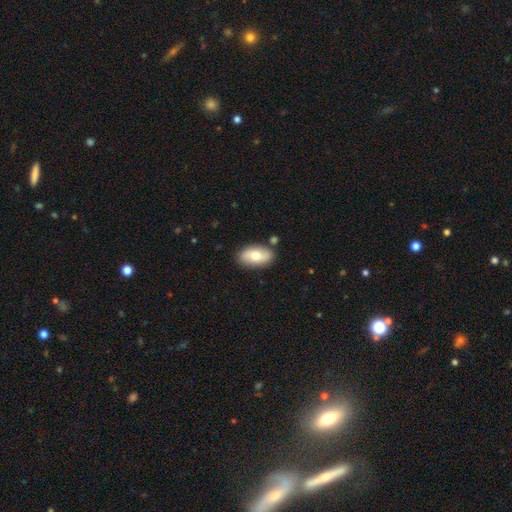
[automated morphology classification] smooth_or_featured: smooth (p=0.67) [alt: featured or disk p=0.27]
how_rounded: in between (p=0.93) [alt: round p=0.05]
merging: none (p=0.83) [alt: minor disturbance p=0.11]